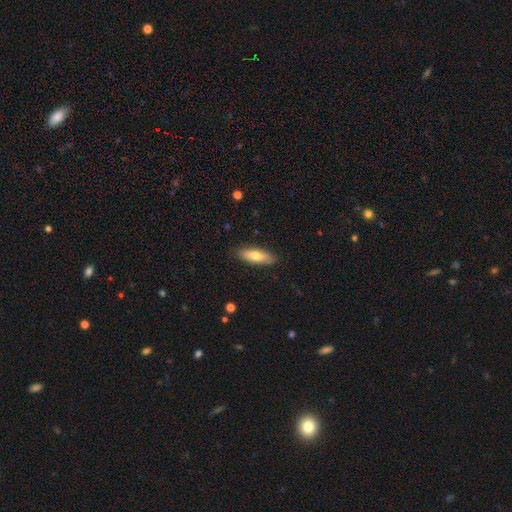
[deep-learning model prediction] A smooth galaxy with no disk features (72%) that is in between round and cigar-shaped (58%). Merging: none (87%).